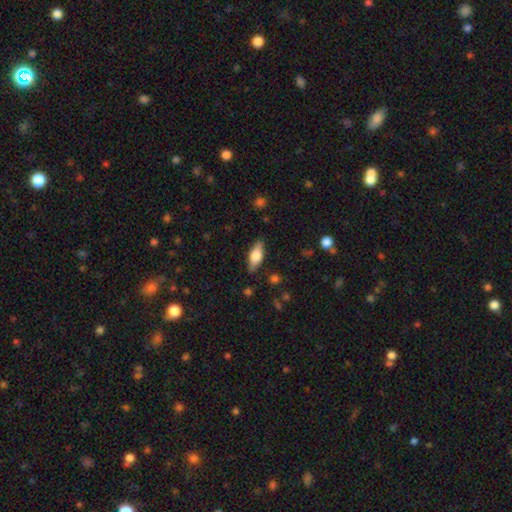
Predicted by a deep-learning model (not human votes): This appears to be a smooth galaxy with no disk features (61%) that is in between round and cigar-shaped (71%). Merging: none (84%).